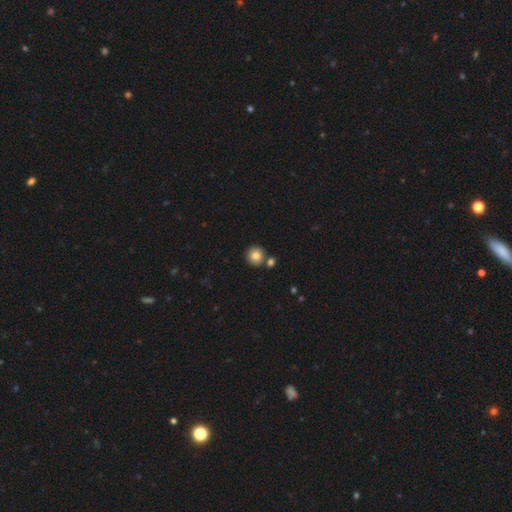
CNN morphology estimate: Q: Smooth or featured?
A: smooth (83%); runner-up: star or artifact (9%)
Q: How rounded?
A: round (93%); runner-up: in between (6%)
Q: Merging?
A: none (76%); runner-up: merger (15%)